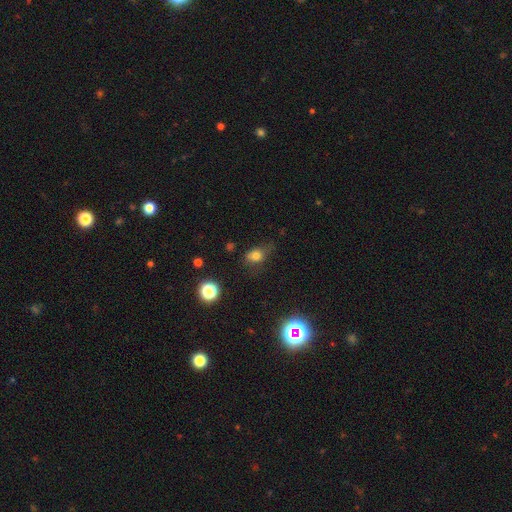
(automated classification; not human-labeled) smooth 74%, star or artifact 16%, featured or disk 10%. Down the decision tree: how rounded — in between (63%); merging — none (54%).